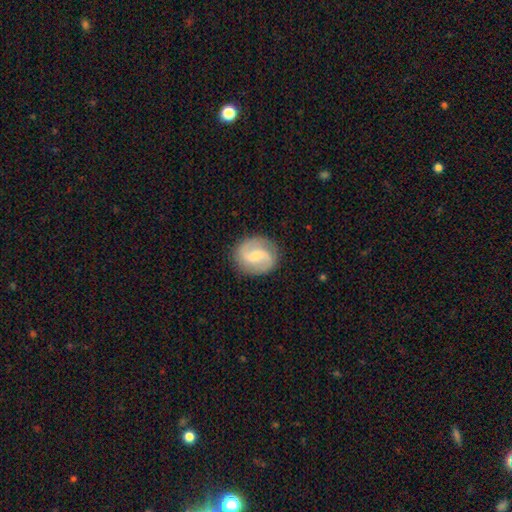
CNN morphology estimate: A featured or disk galaxy (79%) with a weak bar (54%), 2 (92%) medium (48%) spiral arms (95%) and a small central bulge (59%). Merging: none (85%).